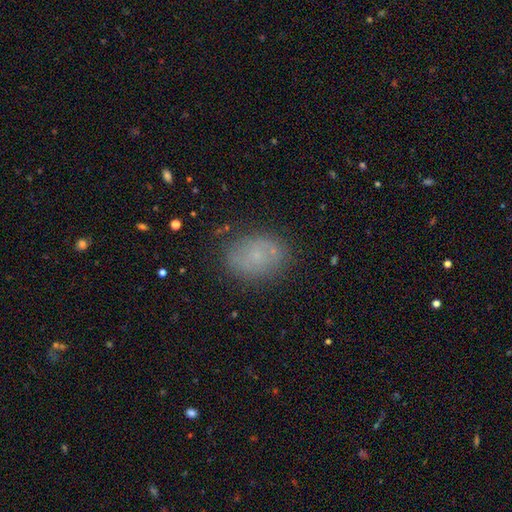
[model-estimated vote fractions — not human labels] Q: Smooth or featured?
A: smooth (56%); runner-up: featured or disk (31%)
Q: How rounded?
A: in between (69%); runner-up: round (29%)
Q: Merging?
A: none (78%); runner-up: minor disturbance (15%)